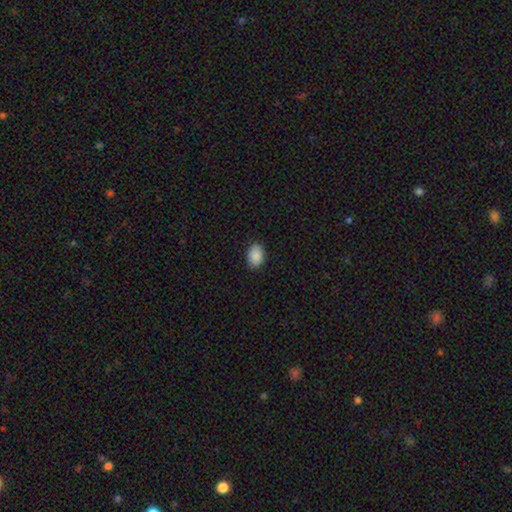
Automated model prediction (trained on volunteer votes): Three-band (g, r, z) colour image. It shows a smooth galaxy with no disk features (90%) that is in between round and cigar-shaped (81%). Merging: none (89%).